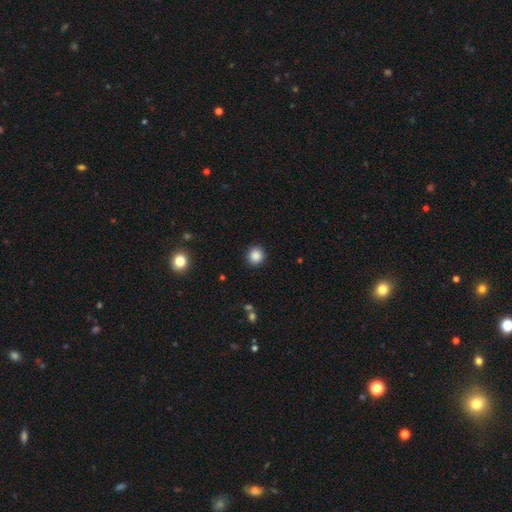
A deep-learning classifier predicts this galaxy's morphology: Smooth or featured?
  - smooth: 86% *
  - star or artifact: 10%
  - featured or disk: 3%
How rounded?
  - round: 92% *
  - in between: 7%
  - cigar-shaped: 1%
Merging?
  - none: 92% *
  - minor disturbance: 5%
  - major disturbance: 2%
  - merger: 1%